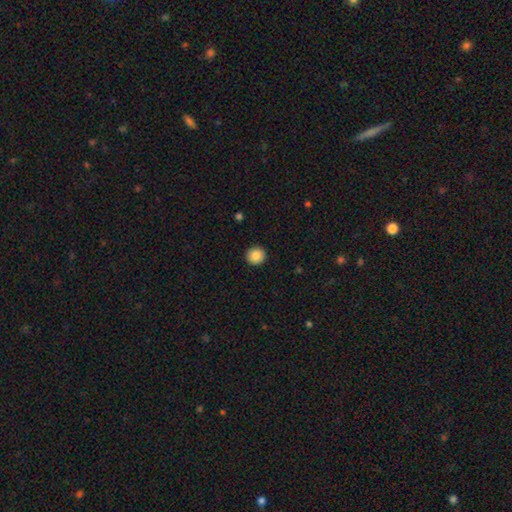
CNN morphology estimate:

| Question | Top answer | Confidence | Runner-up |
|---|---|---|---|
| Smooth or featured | smooth | 87% | star or artifact (9%) |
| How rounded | round | 92% | in between (7%) |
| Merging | none | 93% | minor disturbance (5%) |